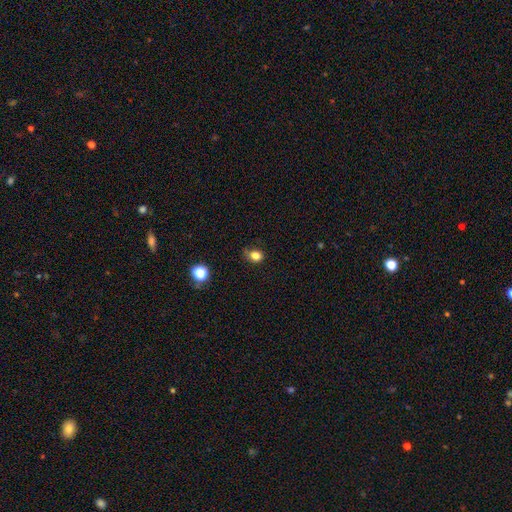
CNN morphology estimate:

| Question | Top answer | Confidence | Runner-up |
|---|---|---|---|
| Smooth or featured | smooth | 81% | star or artifact (13%) |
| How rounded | round | 53% | in between (46%) |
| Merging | none | 63% | minor disturbance (27%) |